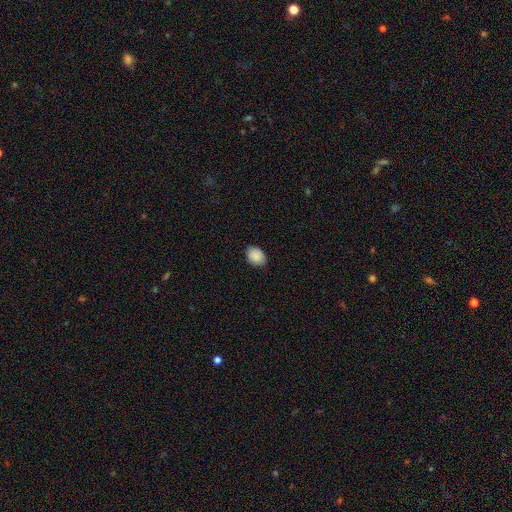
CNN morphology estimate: A smooth galaxy with no disk features (89%) that is in between round and cigar-shaped (61%).

Vote fractions:
- Smooth or featured? smooth: 89% / star or artifact: 7% / featured or disk: 3%
- How rounded? in between: 61% / round: 38% / cigar-shaped: 1%
- Merging? none: 84% / minor disturbance: 13% / major disturbance: 2% / merger: 1%